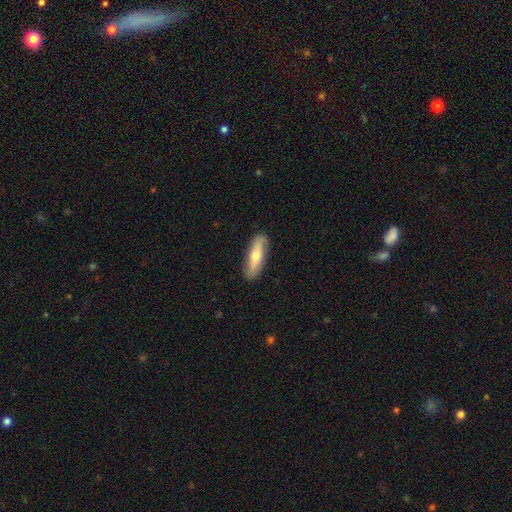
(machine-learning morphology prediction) A smooth galaxy with no disk features (62%) that is cigar-shaped (60%). Merging: none (87%).